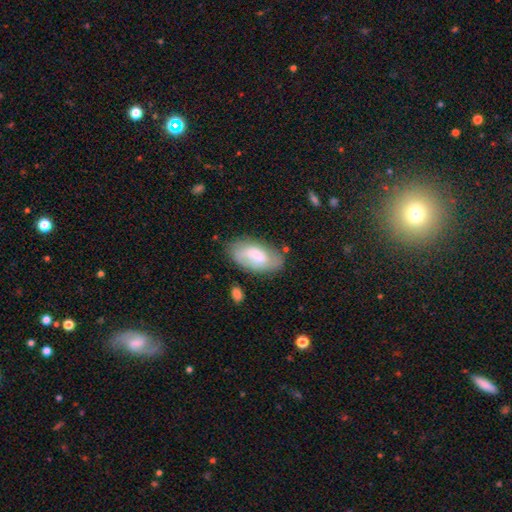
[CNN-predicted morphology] Overall: smooth (57%; featured or disk 36%). How rounded: in between (94%). Merging: none (63%; minor disturbance 24%).